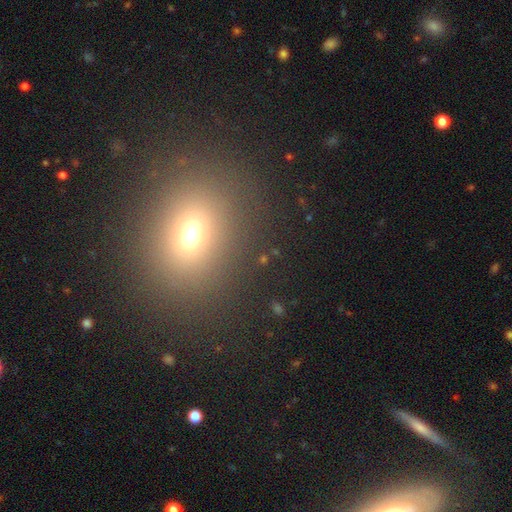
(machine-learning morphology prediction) Overall: smooth (62%; star or artifact 28%). How rounded: round (56%; in between 42%). Merging: none (88%).